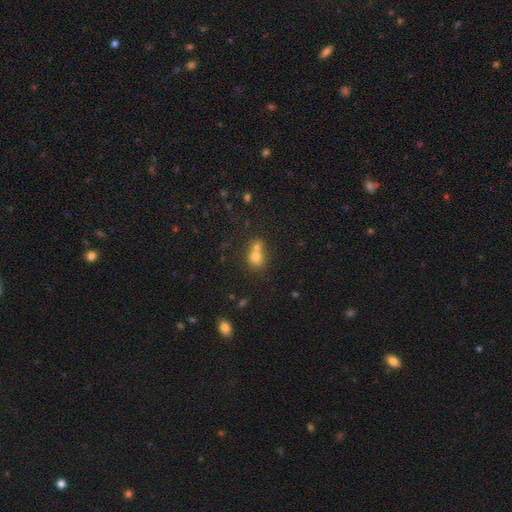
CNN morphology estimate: A smooth galaxy with no disk features (71%) that is round (71%).

Vote fractions:
- Smooth or featured? smooth: 71% / star or artifact: 15% / featured or disk: 14%
- How rounded? round: 71% / in between: 28% / cigar-shaped: 1%
- Merging? merger: 56% / none: 34% / minor disturbance: 7% / major disturbance: 3%